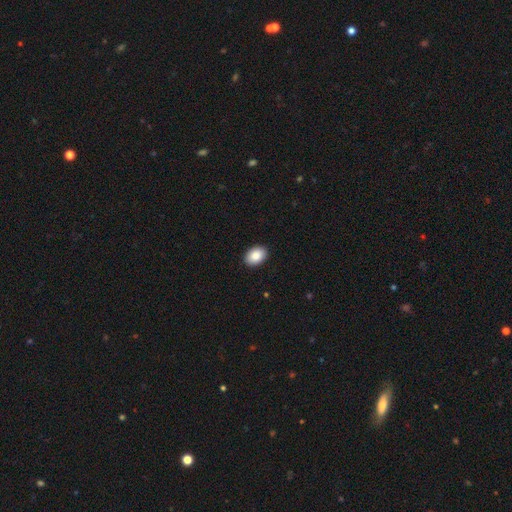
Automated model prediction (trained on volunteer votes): Smooth or featured?
  - smooth: 89% *
  - star or artifact: 7%
  - featured or disk: 4%
How rounded?
  - in between: 84% *
  - round: 15%
  - cigar-shaped: 1%
Merging?
  - none: 91% *
  - minor disturbance: 6%
  - major disturbance: 2%
  - merger: 1%